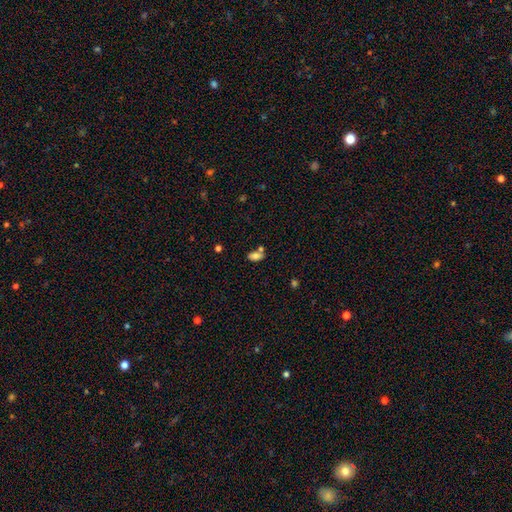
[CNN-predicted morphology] smooth 79%, star or artifact 11%, featured or disk 10%. Down the decision tree: how rounded — in between (89%); merging — none (56%).